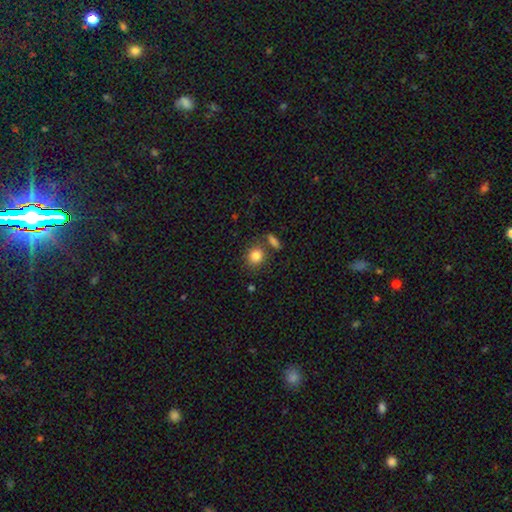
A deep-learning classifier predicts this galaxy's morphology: Overall: smooth (84%). How rounded: round (75%). Merging: none (73%).